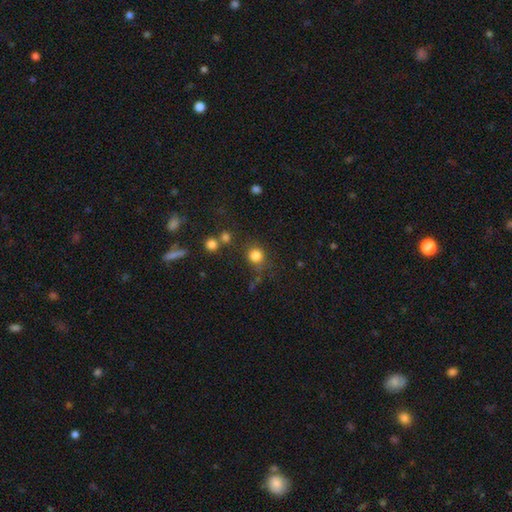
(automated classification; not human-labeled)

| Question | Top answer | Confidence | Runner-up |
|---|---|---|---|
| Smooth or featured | smooth | 82% | star or artifact (13%) |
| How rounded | round | 89% | in between (10%) |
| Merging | none | 74% | minor disturbance (12%) |